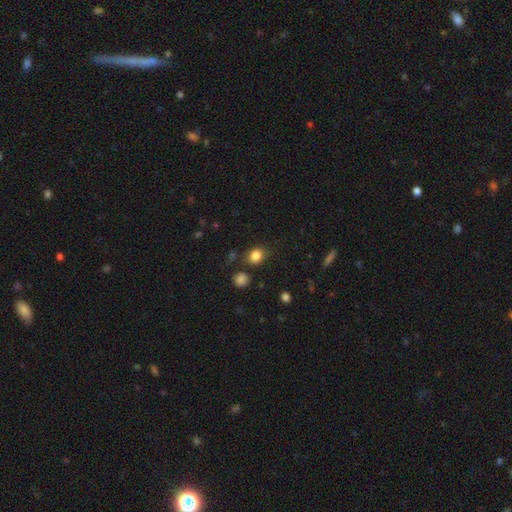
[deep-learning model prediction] smooth-or-featured: smooth: 84% | star or artifact: 11% | featured or disk: 5%
  how-rounded: round: 56% | in between: 43% | cigar-shaped: 1%
  merging: none: 79% | minor disturbance: 12% | merger: 5% | major disturbance: 4%